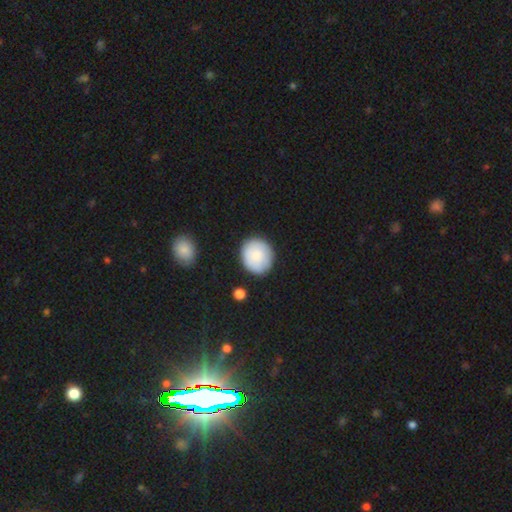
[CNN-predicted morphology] Smooth or featured? Predicted: smooth (p=0.82). How rounded? Predicted: round (p=0.83). Merging? Predicted: none (p=0.83).